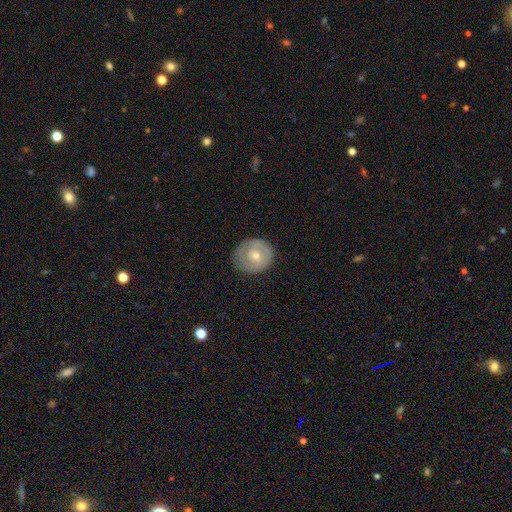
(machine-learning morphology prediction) This appears to be a featured or disk galaxy (48%). Merging: none (81%).